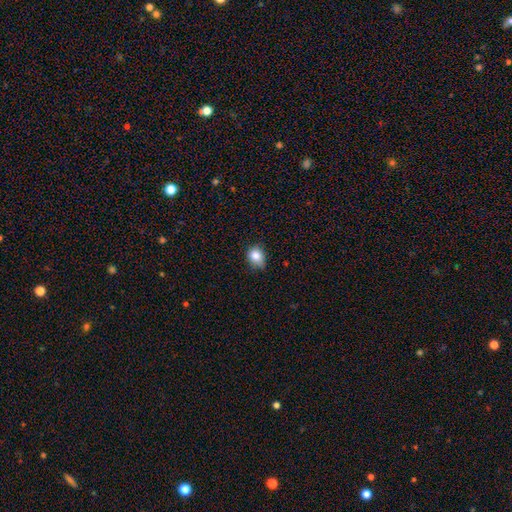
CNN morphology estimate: smooth 83%, star or artifact 10%, featured or disk 7%. Down the decision tree: how rounded — round (62%); merging — none (60%).